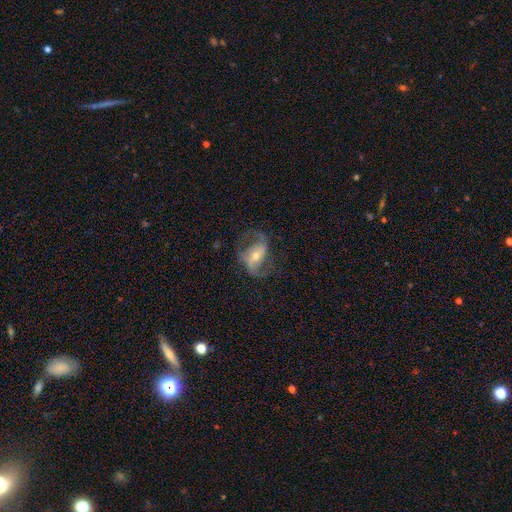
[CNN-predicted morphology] This is likely a featured or disk galaxy (78%). It is clearly not viewed edge-on (96%). Bar: marginally strong (35%). Spiral arm pattern: clearly yes (88%). Spiral arm count: clearly 2 (88%). Spiral winding: possibly loose (48%). Central bulge: possibly small (48%). Merging: likely none (62%).